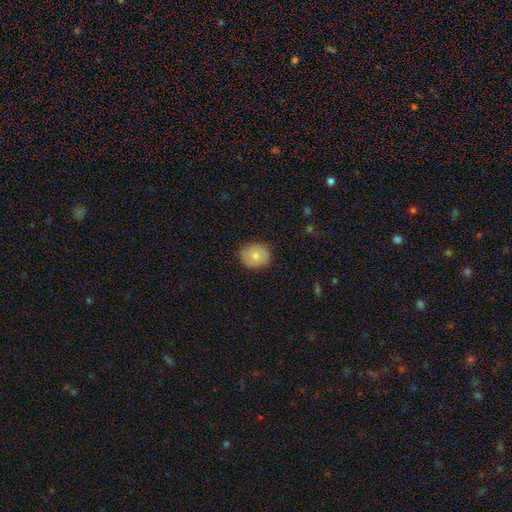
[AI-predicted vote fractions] The model was most divided on "how rounded": round: 69%, in between: 30%, cigar-shaped: 1%. More confident: merging — none (84%); smooth or featured — smooth (79%).